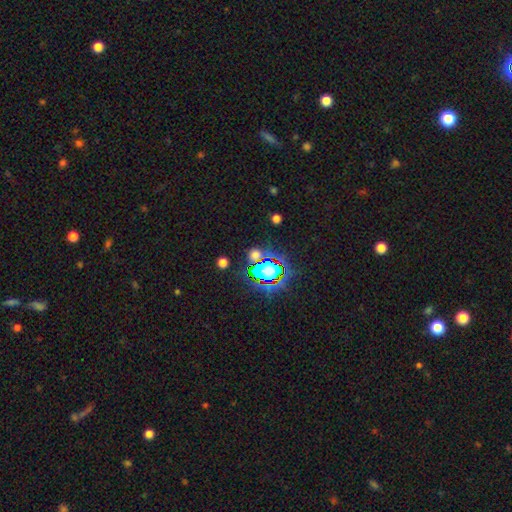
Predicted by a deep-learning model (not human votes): Morphology: type=star or artifact (50%).